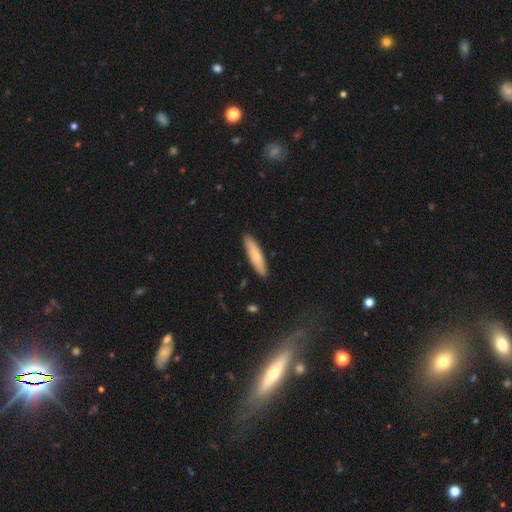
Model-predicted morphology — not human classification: Q: Smooth or featured?
A: smooth (72%); runner-up: featured or disk (22%)
Q: How rounded?
A: cigar-shaped (75%); runner-up: in between (23%)
Q: Merging?
A: none (88%); runner-up: minor disturbance (9%)